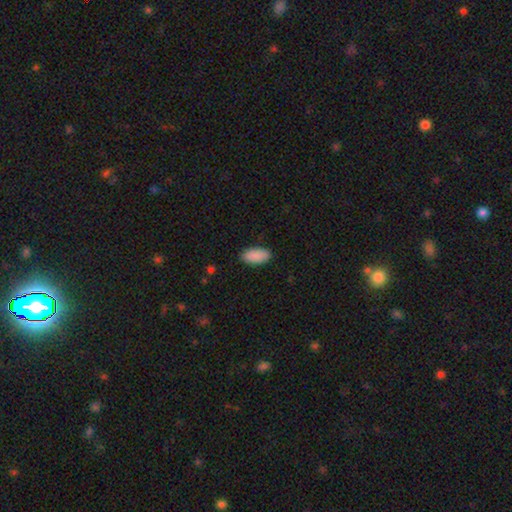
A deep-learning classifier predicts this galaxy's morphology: Smooth or featured: smooth — 91% (star or artifact — 6%)
How rounded: in between — 94% (cigar-shaped — 4%)
Merging: none — 88% (minor disturbance — 9%)